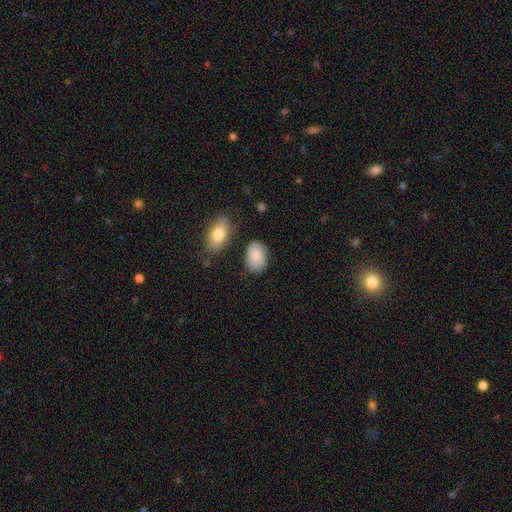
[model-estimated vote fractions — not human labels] Smooth or featured? Predicted: smooth (p=0.85). How rounded? Predicted: in between (p=0.86). Merging? Predicted: none (p=0.69).